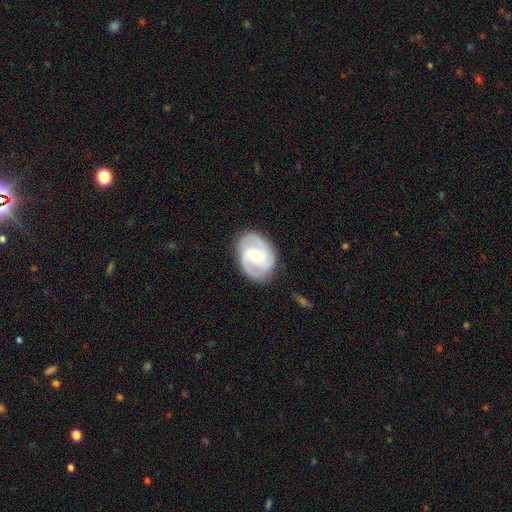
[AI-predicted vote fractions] This appears to be a featured or disk galaxy (81%) with a weak bar (47%), 2 (49%) medium (50%) spiral arms (96%) and a moderate central bulge (51%). Merging: none (80%).